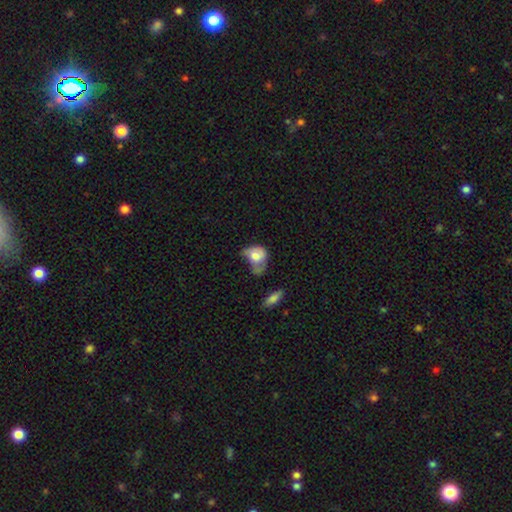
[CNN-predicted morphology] Smooth or featured? smooth (65%)
How rounded? in between (69%)
Merging? major disturbance (40%)